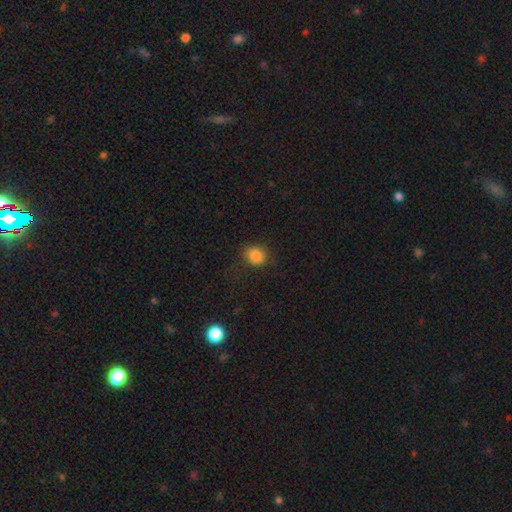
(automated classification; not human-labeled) This appears to be a smooth galaxy with no disk features (84%) that is round (58%). Merging: none (74%).